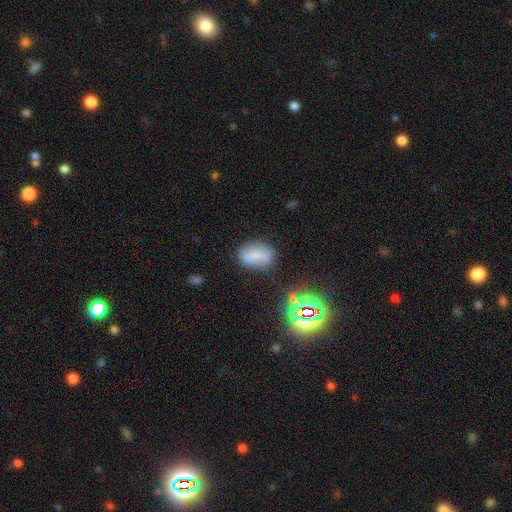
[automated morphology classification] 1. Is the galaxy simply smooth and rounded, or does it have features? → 59% smooth, 26% featured or disk, 14% star or artifact.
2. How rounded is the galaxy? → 75% in between, 23% round, 3% cigar-shaped.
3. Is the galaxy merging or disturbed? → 72% none, 18% minor disturbance, 6% major disturbance, 4% merger.